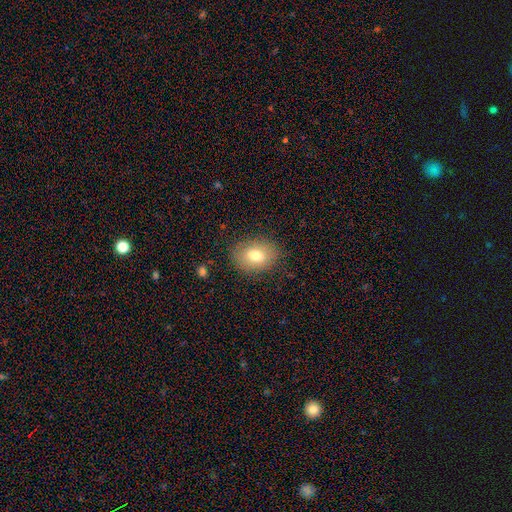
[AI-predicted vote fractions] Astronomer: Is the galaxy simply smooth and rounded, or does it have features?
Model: smooth — 77%.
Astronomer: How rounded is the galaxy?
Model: in between — 62% (runner-up: round, 37%).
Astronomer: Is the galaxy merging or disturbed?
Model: none — 85%.